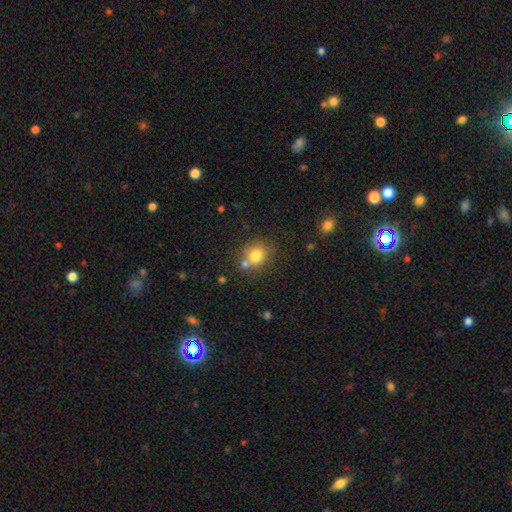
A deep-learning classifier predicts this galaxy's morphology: This appears to be a smooth galaxy with no disk features (78%) that is round (75%). Merging: none (61%).